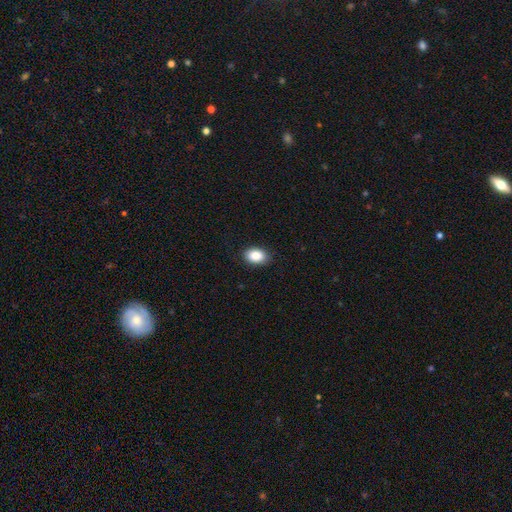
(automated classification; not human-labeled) Smooth or featured?
  - smooth: 88% *
  - star or artifact: 8%
  - featured or disk: 4%
How rounded?
  - in between: 81% *
  - round: 18%
  - cigar-shaped: 1%
Merging?
  - none: 87% *
  - minor disturbance: 10%
  - major disturbance: 2%
  - merger: 1%